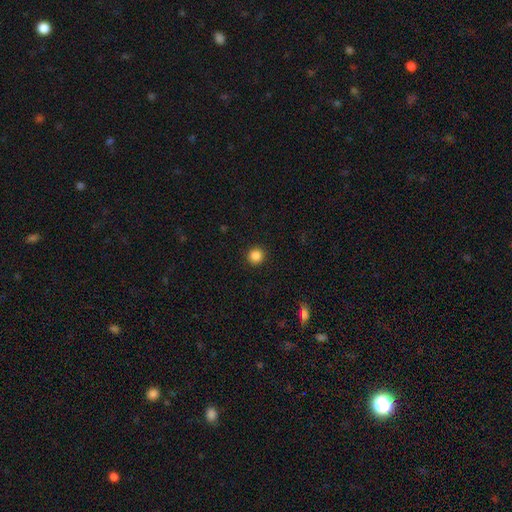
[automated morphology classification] smooth_or_featured: smooth (p=0.87) [alt: star or artifact p=0.10]
how_rounded: round (p=0.93) [alt: in between p=0.06]
merging: none (p=0.92) [alt: minor disturbance p=0.05]